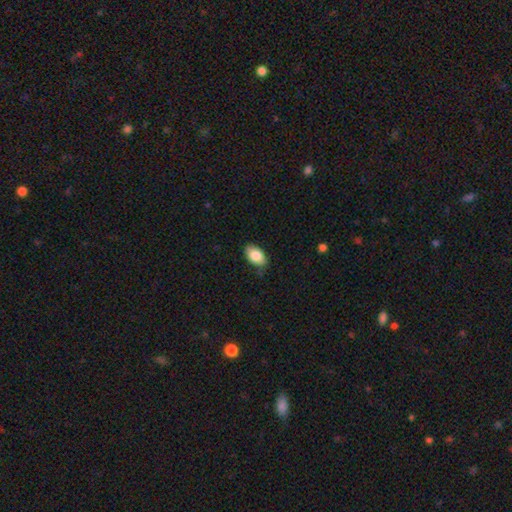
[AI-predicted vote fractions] smooth-or-featured: smooth: 85% | featured or disk: 8% | star or artifact: 7%
  how-rounded: in between: 91% | round: 8% | cigar-shaped: 1%
  merging: none: 80% | minor disturbance: 16% | major disturbance: 3% | merger: 1%